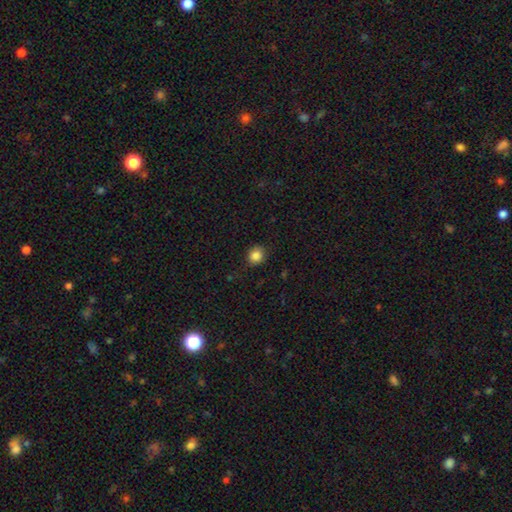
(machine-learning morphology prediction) Q: Smooth or featured?
A: smooth (85%); runner-up: star or artifact (11%)
Q: How rounded?
A: round (84%); runner-up: in between (15%)
Q: Merging?
A: none (87%); runner-up: minor disturbance (10%)